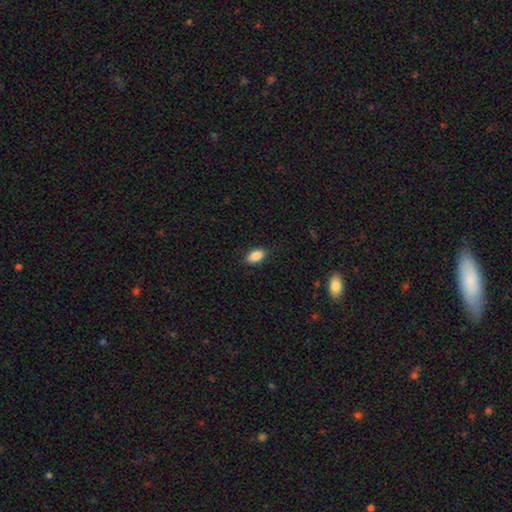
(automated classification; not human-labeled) Smooth or featured: smooth — 89% (star or artifact — 8%)
How rounded: in between — 92% (round — 6%)
Merging: none — 87% (minor disturbance — 9%)